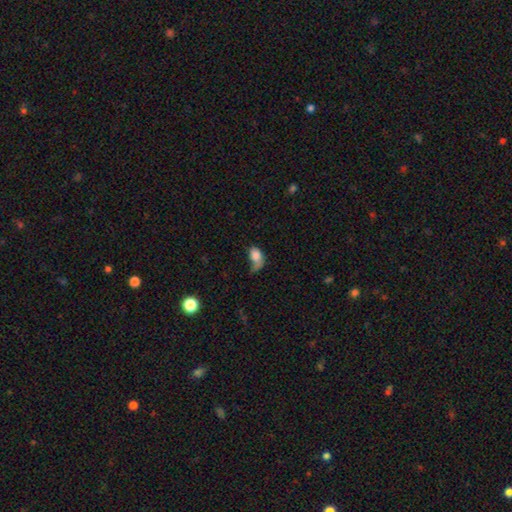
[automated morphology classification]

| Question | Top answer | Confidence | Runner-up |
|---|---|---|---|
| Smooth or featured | smooth | 75% | featured or disk (17%) |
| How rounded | in between | 82% | round (15%) |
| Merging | major disturbance | 41% | minor disturbance (27%) |